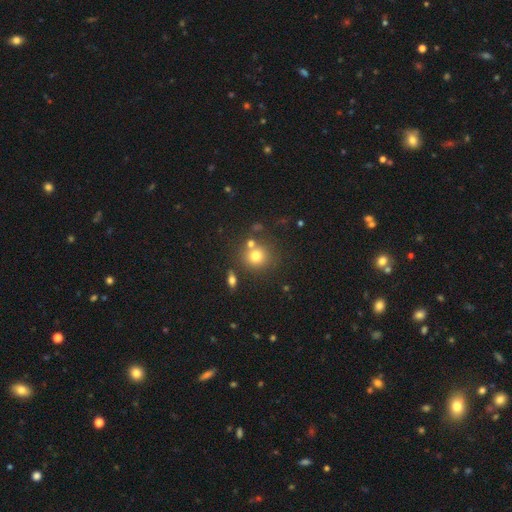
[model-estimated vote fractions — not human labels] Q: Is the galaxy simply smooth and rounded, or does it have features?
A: smooth — 74%.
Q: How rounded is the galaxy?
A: round — 87%.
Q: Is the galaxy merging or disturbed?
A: none — 70%.